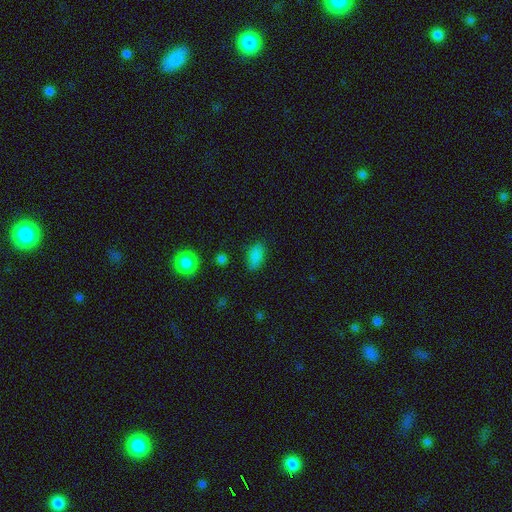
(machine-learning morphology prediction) smooth 84%, star or artifact 12%, featured or disk 4%. Down the decision tree: how rounded — in between (91%); merging — none (83%).